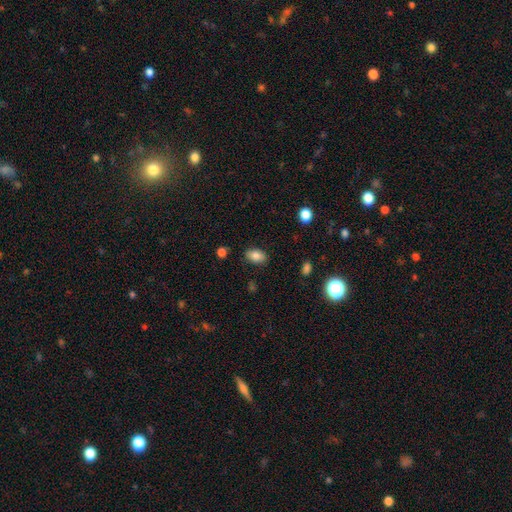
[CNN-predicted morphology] smooth-or-featured: smooth: 83% | star or artifact: 9% | featured or disk: 8%
  how-rounded: in between: 89% | round: 10% | cigar-shaped: 2%
  merging: none: 84% | minor disturbance: 11% | major disturbance: 3% | merger: 2%